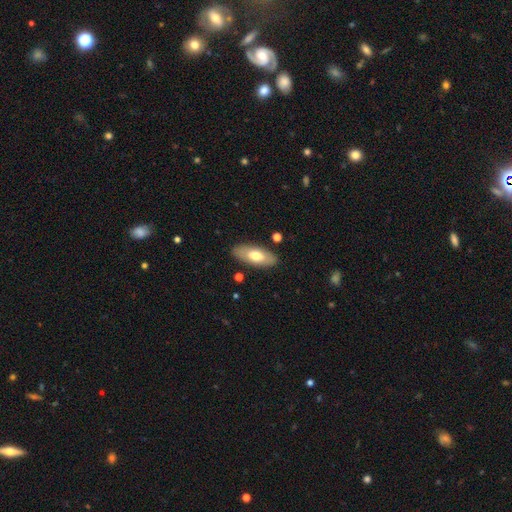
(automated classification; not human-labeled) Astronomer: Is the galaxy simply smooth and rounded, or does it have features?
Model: smooth — 66%.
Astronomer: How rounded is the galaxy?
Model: in between — 83%.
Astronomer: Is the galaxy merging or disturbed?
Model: none — 86%.